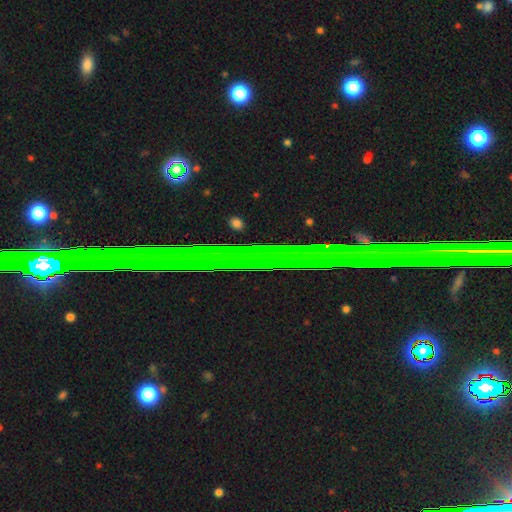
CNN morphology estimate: This is likely a star or artifact rather than a galaxy (73%).